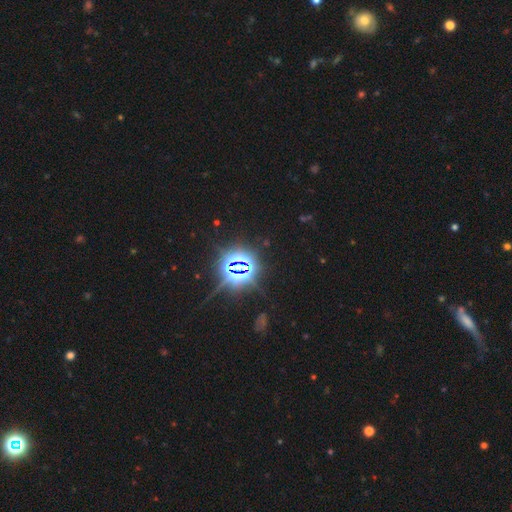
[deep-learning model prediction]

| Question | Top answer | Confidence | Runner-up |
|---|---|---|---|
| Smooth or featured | star or artifact | 83% | smooth (11%) |